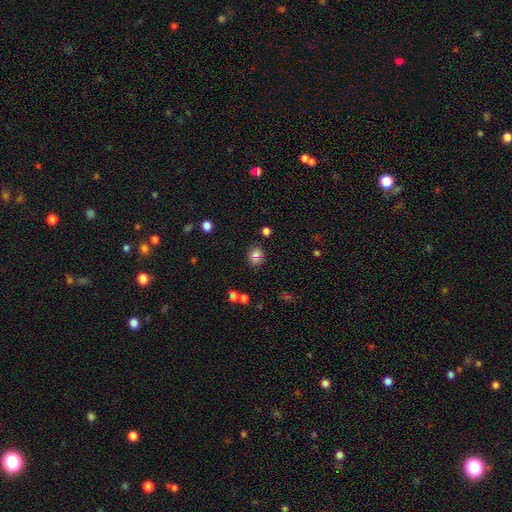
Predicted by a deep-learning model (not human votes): This is likely a smooth galaxy (72%). How rounded: likely round (67%). Merging: likely none (69%).